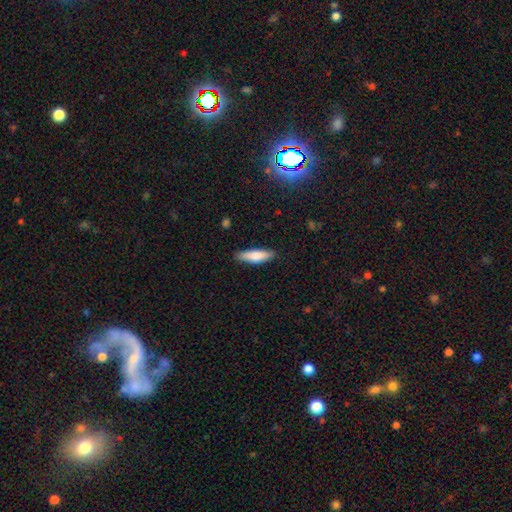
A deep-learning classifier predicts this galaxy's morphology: Q: Smooth or featured?
A: smooth (74%); runner-up: featured or disk (20%)
Q: How rounded?
A: cigar-shaped (55%); runner-up: in between (43%)
Q: Merging?
A: none (86%); runner-up: minor disturbance (11%)